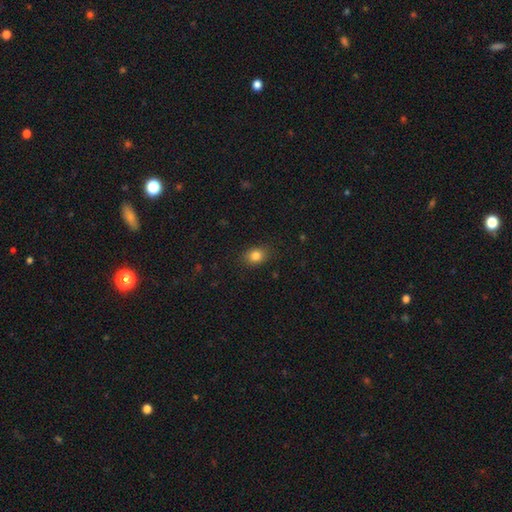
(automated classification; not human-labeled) Smooth or featured? smooth (83%)
How rounded? in between (58%)
Merging? none (87%)